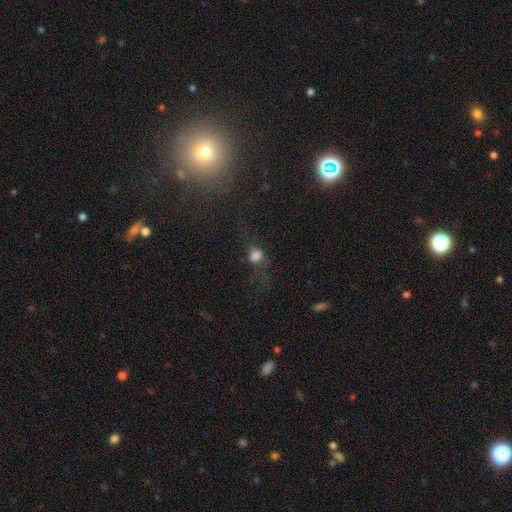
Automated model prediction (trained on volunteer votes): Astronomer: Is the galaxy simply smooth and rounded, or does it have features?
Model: smooth — 60%.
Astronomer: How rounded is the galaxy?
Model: round — 63%.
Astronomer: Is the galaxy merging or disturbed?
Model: none — 42% (runner-up: major disturbance, 36%).